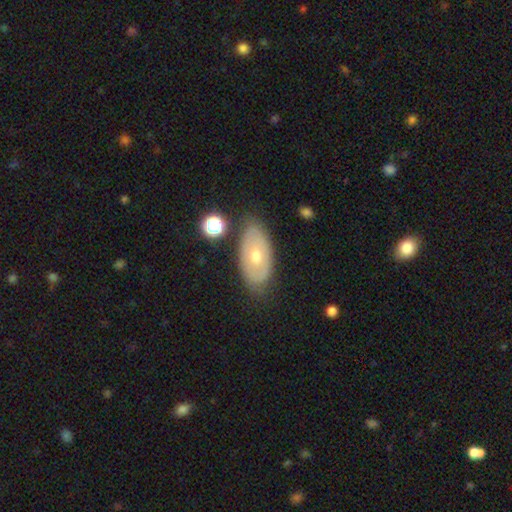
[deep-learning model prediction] featured or disk 52%, smooth 41%, star or artifact 7%. Down the decision tree: edge-on disk — no (88%); merging — none (73%).